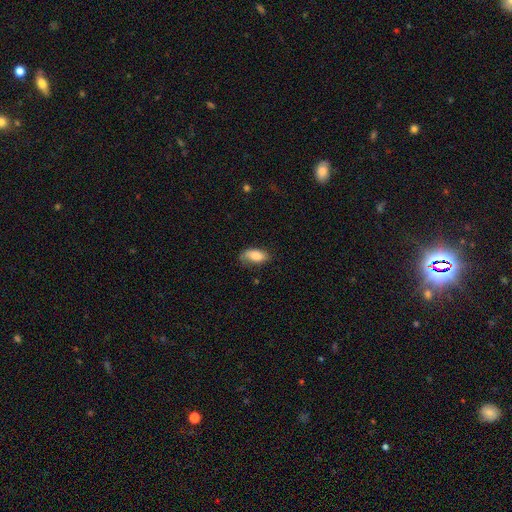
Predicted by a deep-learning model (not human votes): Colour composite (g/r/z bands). It shows a smooth galaxy with no disk features (82%) that is in between round and cigar-shaped (91%). Merging: none (58%).